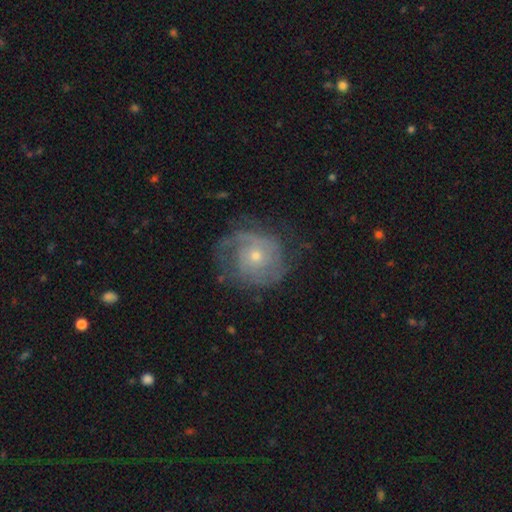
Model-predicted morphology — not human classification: smooth_or_featured: featured or disk (p=0.78) [alt: smooth p=0.15]
disk_edge_on: no (p=0.98) [alt: yes p=0.02]
bar: no (p=0.81) [alt: weak p=0.16]
has_spiral_arms: yes (p=0.89) [alt: no p=0.11]
spiral_winding: tight (p=0.53) [alt: medium p=0.33]
spiral_arm_count: 2 (p=0.34) [alt: can't tell p=0.33]
bulge_size: small (p=0.65) [alt: moderate p=0.31]
merging: none (p=0.62) [alt: minor disturbance p=0.21]